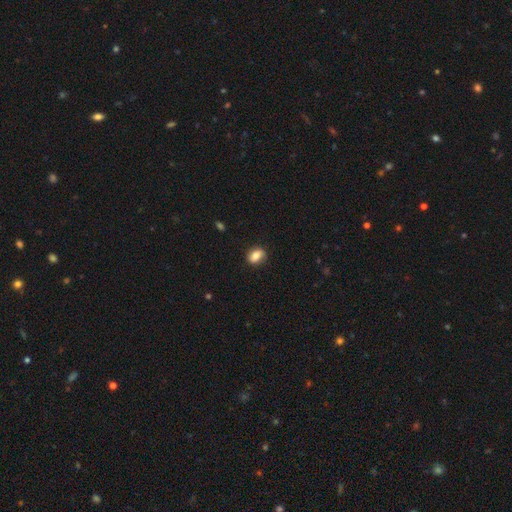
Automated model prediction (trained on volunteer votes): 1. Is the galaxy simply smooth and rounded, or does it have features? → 77% smooth, 14% featured or disk, 8% star or artifact.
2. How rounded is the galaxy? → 69% in between, 29% round, 2% cigar-shaped.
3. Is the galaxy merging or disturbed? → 81% none, 14% minor disturbance, 3% major disturbance, 1% merger.